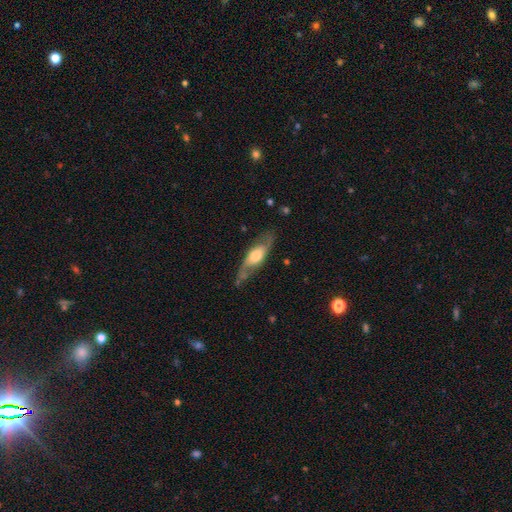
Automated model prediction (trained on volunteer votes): smooth-or-featured: featured or disk: 64% | smooth: 30% | star or artifact: 6%
  disk-edge-on: no: 67% | yes: 33%
  merging: none: 71% | minor disturbance: 19% | major disturbance: 8% | merger: 2%